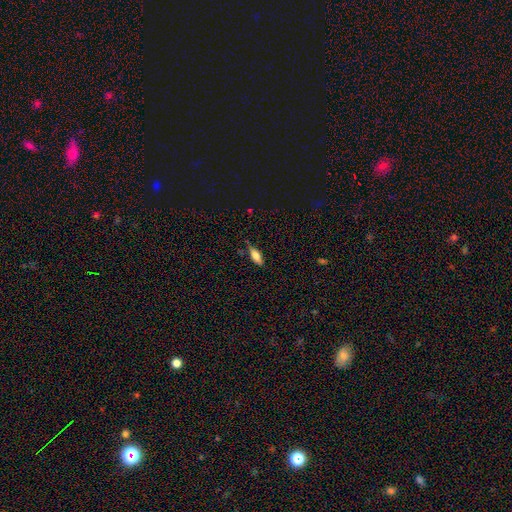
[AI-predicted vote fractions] Overall: smooth (79%). How rounded: in between (71%). Merging: none (76%).